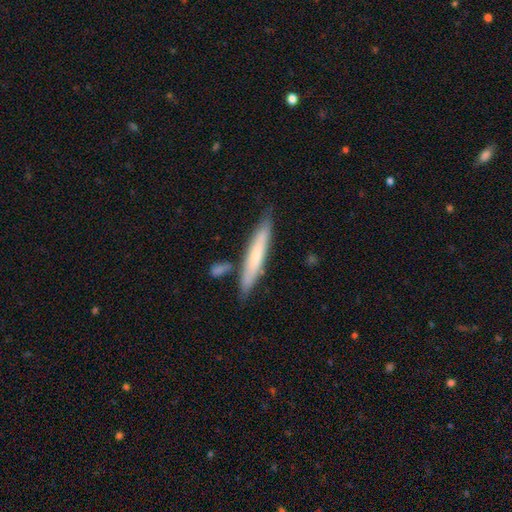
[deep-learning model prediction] Overall: smooth (59%; featured or disk 35%). How rounded: cigar-shaped (91%). Merging: none (78%).